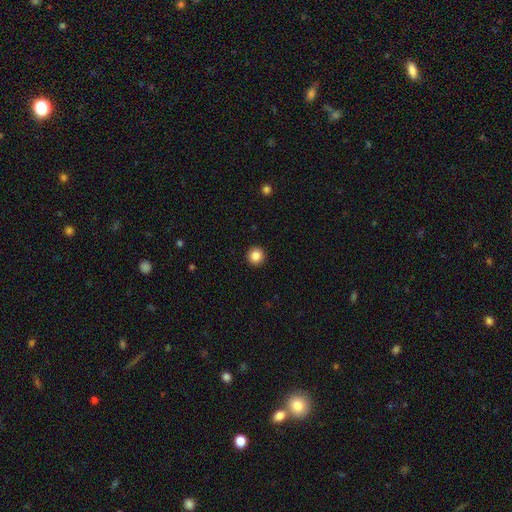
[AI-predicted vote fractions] Q: Smooth or featured?
A: smooth (86%); runner-up: star or artifact (10%)
Q: How rounded?
A: round (96%); runner-up: in between (3%)
Q: Merging?
A: none (94%); runner-up: minor disturbance (4%)